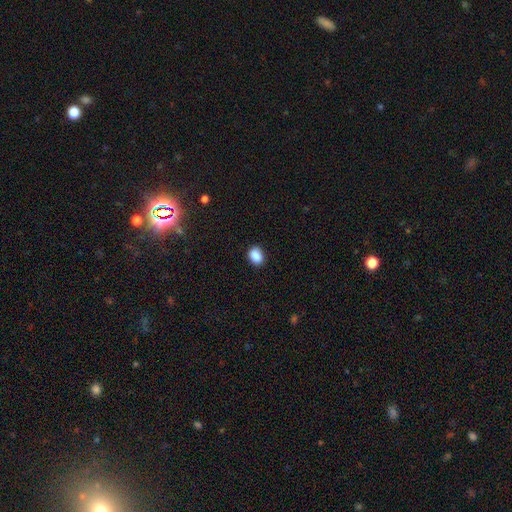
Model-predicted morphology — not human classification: smooth 88%, star or artifact 9%, featured or disk 3%. Down the decision tree: how rounded — in between (69%); merging — none (86%).